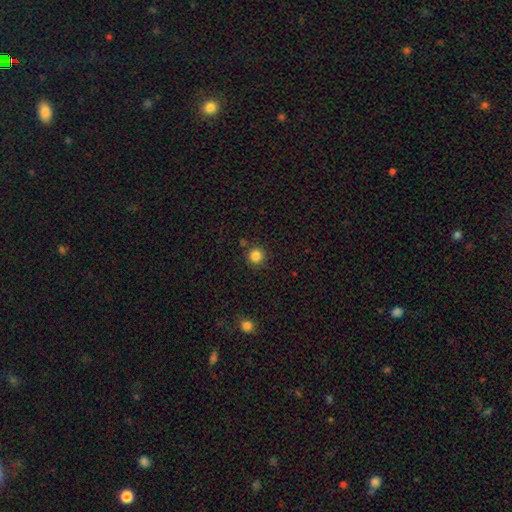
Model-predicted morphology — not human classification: Smooth or featured? smooth (85%)
How rounded? round (95%)
Merging? none (87%)